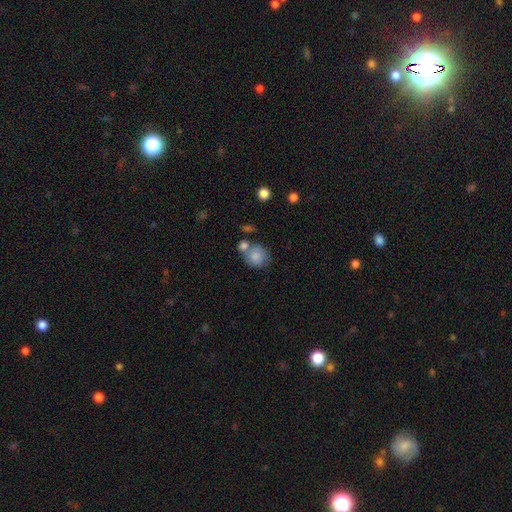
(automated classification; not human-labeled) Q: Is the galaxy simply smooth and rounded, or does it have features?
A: smooth — 80%.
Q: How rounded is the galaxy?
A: round — 81%.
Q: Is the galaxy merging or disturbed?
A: none — 48%.